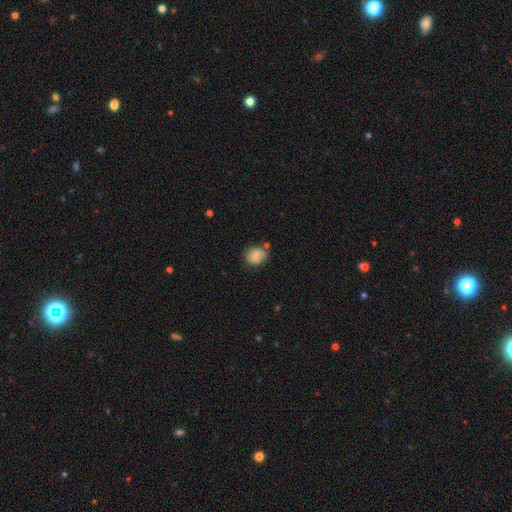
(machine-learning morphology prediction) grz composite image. It shows a smooth galaxy with no disk features (79%) that is round (65%). Merging: none (68%).